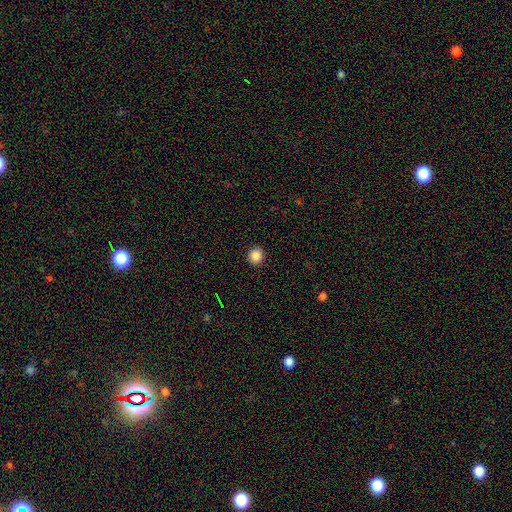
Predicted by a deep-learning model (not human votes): smooth-or-featured: smooth: 86% | star or artifact: 11% | featured or disk: 3%
  how-rounded: round: 88% | in between: 11% | cigar-shaped: 1%
  merging: none: 92% | minor disturbance: 5% | major disturbance: 2% | merger: 1%